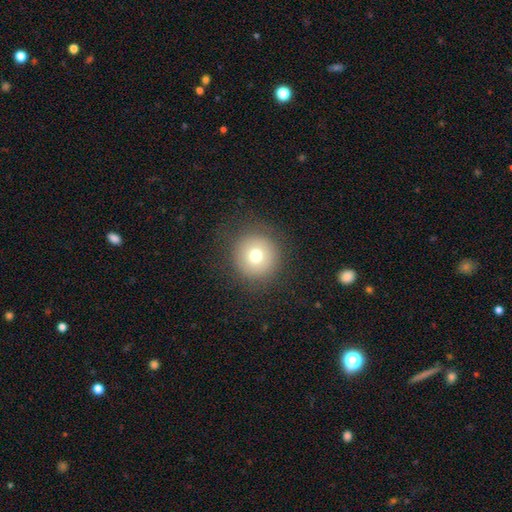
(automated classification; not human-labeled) Smooth or featured: smooth — 72% (featured or disk — 14%)
How rounded: round — 95% (in between — 4%)
Merging: none — 87% (minor disturbance — 8%)